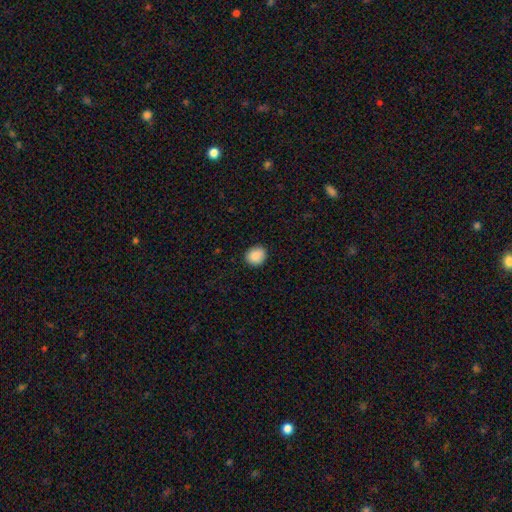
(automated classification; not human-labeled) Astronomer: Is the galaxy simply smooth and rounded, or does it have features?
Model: smooth — 89%.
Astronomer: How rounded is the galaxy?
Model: round — 78%.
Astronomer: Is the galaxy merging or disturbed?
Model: none — 90%.